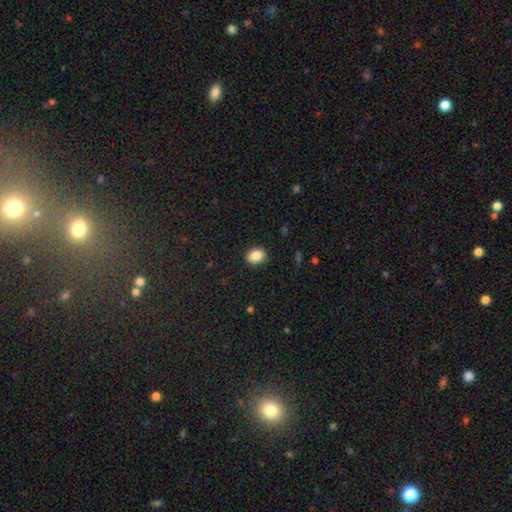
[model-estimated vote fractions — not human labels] Smooth or featured? smooth (87%)
How rounded? in between (54%)
Merging? none (90%)